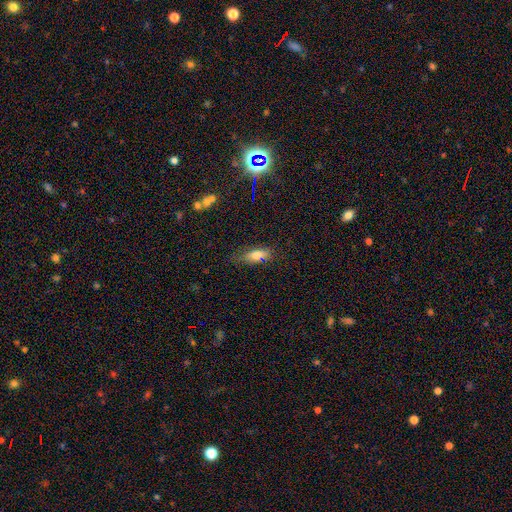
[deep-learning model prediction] smooth_or_featured: smooth (p=0.71) [alt: featured or disk p=0.17]
how_rounded: in between (p=0.67) [alt: cigar-shaped p=0.29]
merging: none (p=0.69) [alt: minor disturbance p=0.21]